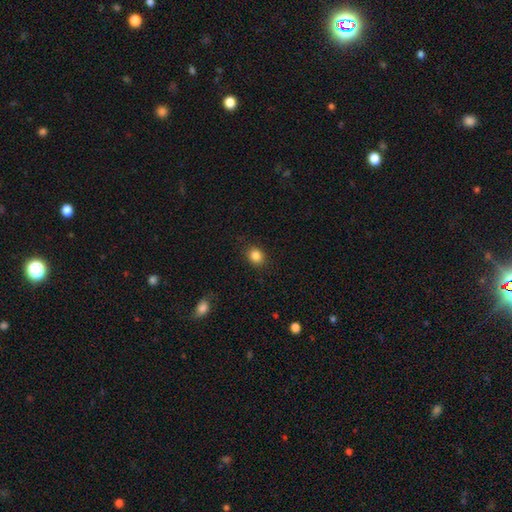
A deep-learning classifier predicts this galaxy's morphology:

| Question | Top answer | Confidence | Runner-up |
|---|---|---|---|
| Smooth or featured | smooth | 85% | star or artifact (10%) |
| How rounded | round | 63% | in between (36%) |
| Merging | none | 87% | minor disturbance (9%) |